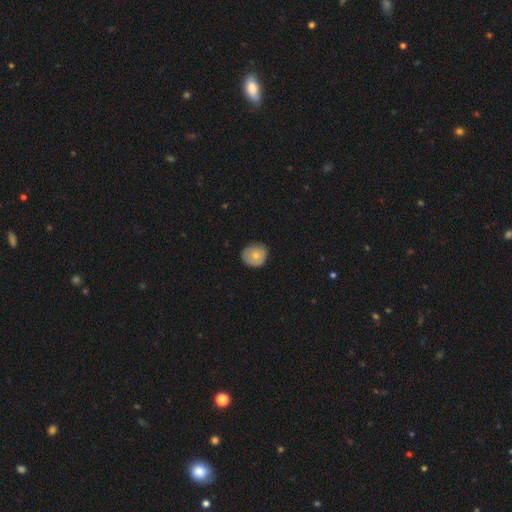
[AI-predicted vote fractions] smooth 69%, featured or disk 23%, star or artifact 7%. Down the decision tree: how rounded — round (80%); merging — none (80%).